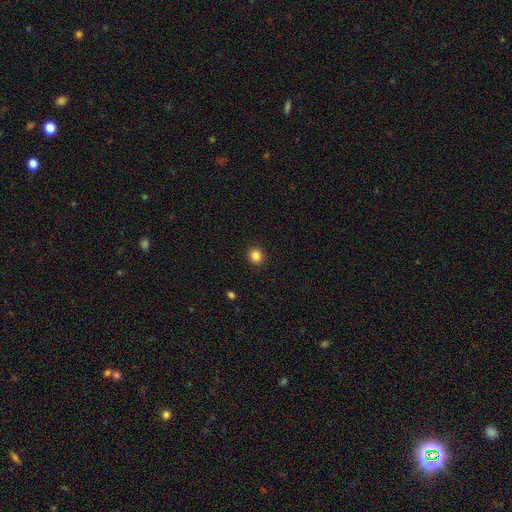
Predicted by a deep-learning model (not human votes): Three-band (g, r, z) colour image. It shows a smooth galaxy with no disk features (85%) that is round (89%). Merging: none (92%).